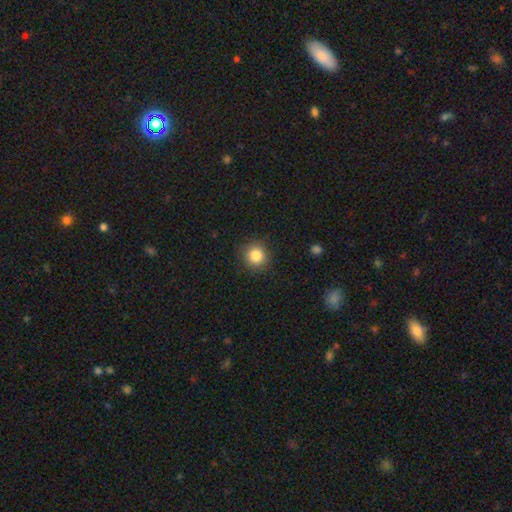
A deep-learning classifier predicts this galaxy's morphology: Smooth or featured? Predicted: smooth (p=0.85). How rounded? Predicted: round (p=0.92). Merging? Predicted: none (p=0.90).